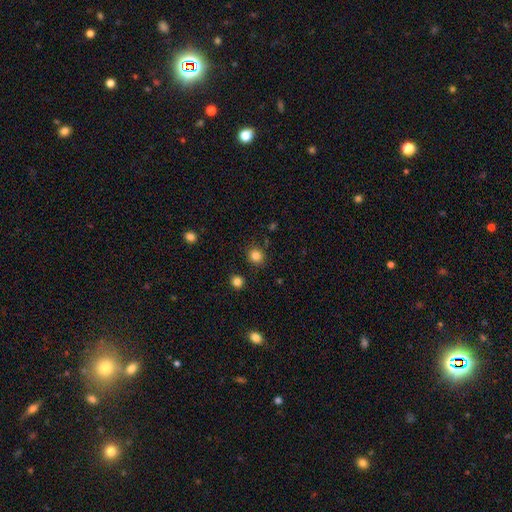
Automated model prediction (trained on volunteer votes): Smooth or featured?
  - smooth: 84% *
  - star or artifact: 12%
  - featured or disk: 4%
How rounded?
  - round: 87% *
  - in between: 12%
  - cigar-shaped: 1%
Merging?
  - none: 88% *
  - minor disturbance: 8%
  - merger: 2%
  - major disturbance: 2%